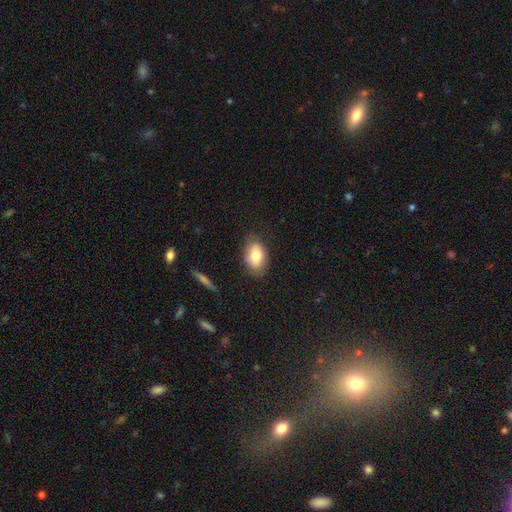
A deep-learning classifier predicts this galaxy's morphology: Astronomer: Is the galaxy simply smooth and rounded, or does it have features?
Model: smooth — 79%.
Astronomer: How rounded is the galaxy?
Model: in between — 86%.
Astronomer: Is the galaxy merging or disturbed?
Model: none — 81%.